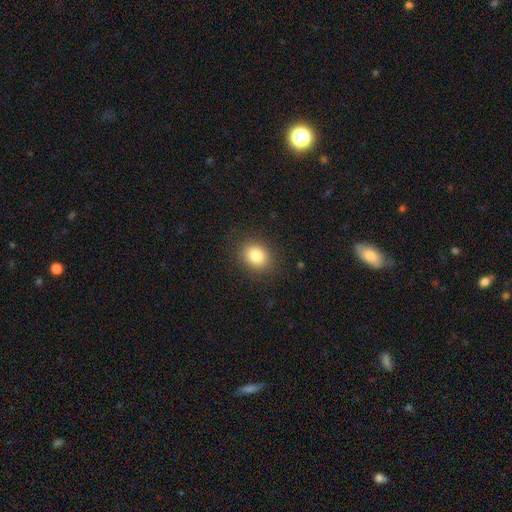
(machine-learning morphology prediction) Smooth or featured?
  - smooth: 83% *
  - star or artifact: 10%
  - featured or disk: 7%
How rounded?
  - round: 59% *
  - in between: 40%
  - cigar-shaped: 1%
Merging?
  - none: 87% *
  - minor disturbance: 9%
  - major disturbance: 3%
  - merger: 1%